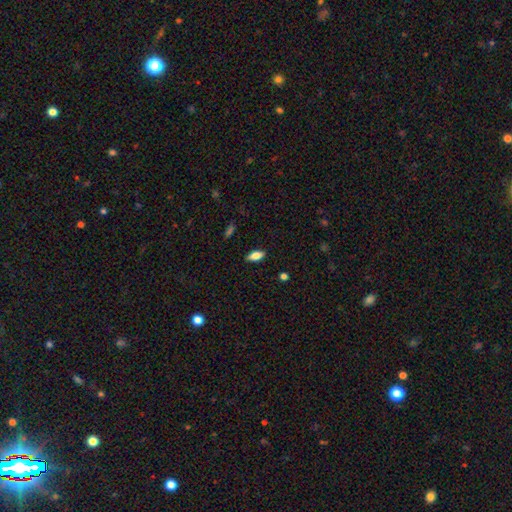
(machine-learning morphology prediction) Smooth or featured? smooth (74%)
How rounded? in between (83%)
Merging? none (87%)